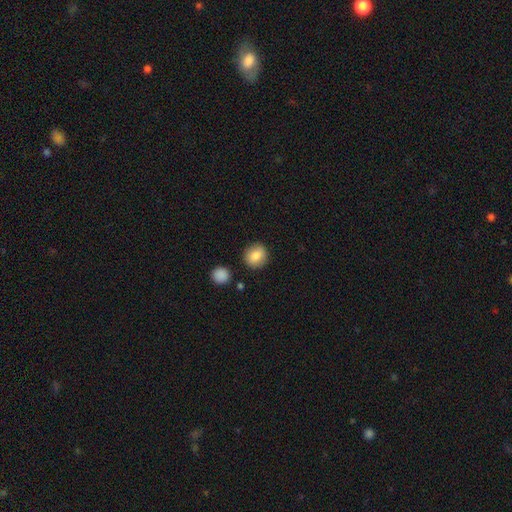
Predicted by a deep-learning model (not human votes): Smooth or featured: smooth — 86% (star or artifact — 8%)
How rounded: round — 81% (in between — 18%)
Merging: none — 87% (minor disturbance — 8%)